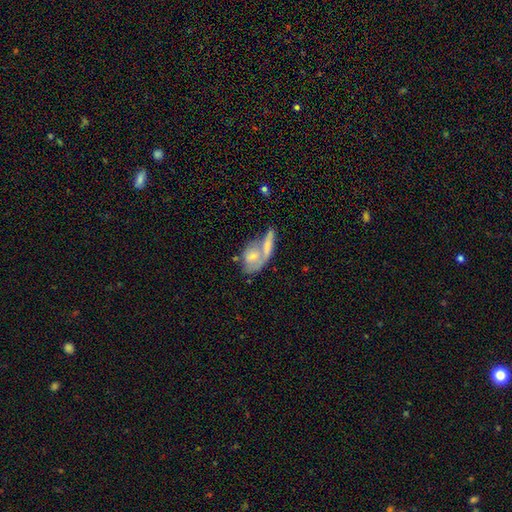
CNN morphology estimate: This appears to be a smooth galaxy with no disk features (57%) that is in between round and cigar-shaped (70%). Merging: merger (55%).